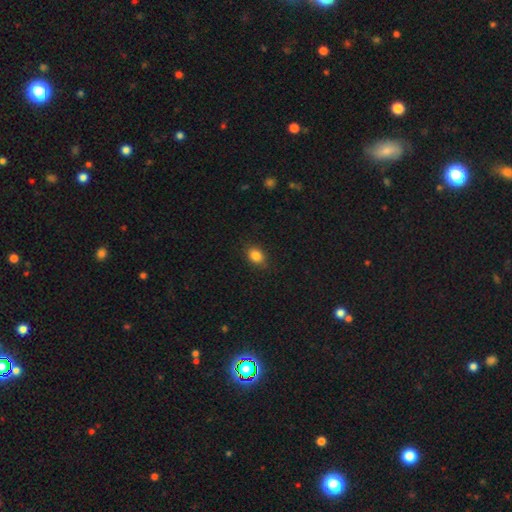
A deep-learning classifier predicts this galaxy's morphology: A smooth galaxy with no disk features (86%) that is in between round and cigar-shaped (62%). Merging: none (85%).